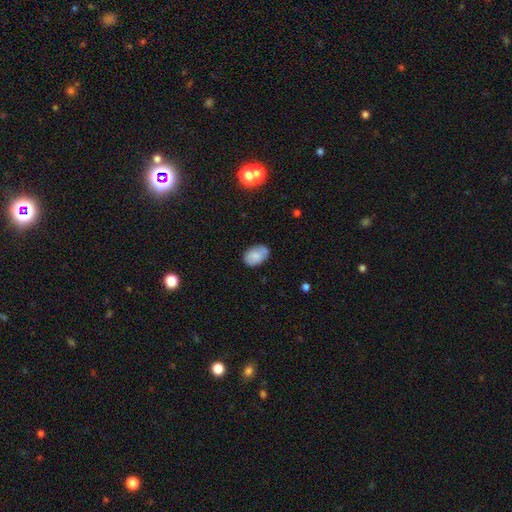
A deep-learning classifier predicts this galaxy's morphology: type=smooth (80%); roundness=in between (87%); merging=none (70%).